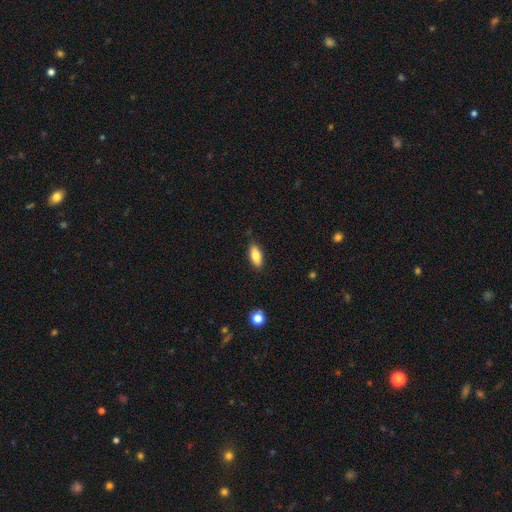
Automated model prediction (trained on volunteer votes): Morphology: type=smooth (80%); roundness=in between (82%); merging=none (83%).